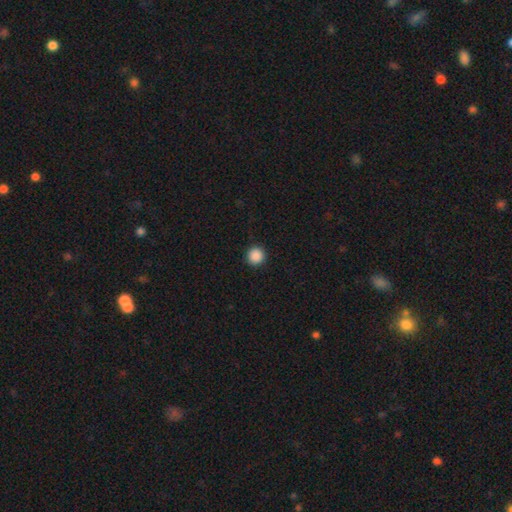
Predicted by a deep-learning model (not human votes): Smooth or featured?
  - smooth: 89% *
  - star or artifact: 9%
  - featured or disk: 2%
How rounded?
  - round: 96% *
  - in between: 3%
  - cigar-shaped: 1%
Merging?
  - none: 93% *
  - minor disturbance: 4%
  - major disturbance: 2%
  - merger: 1%